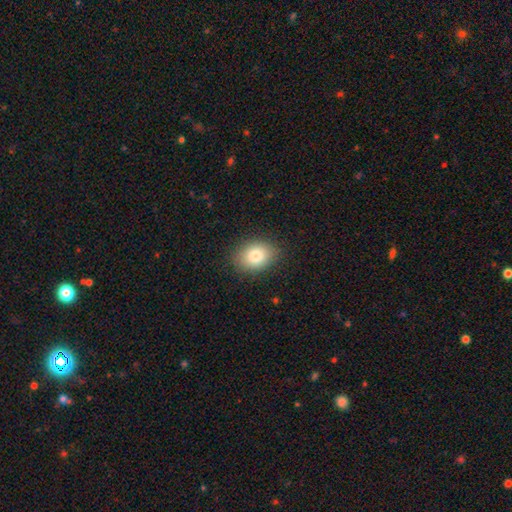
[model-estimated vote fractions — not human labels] smooth_or_featured: smooth (p=0.83) [alt: star or artifact p=0.09]
how_rounded: in between (p=0.70) [alt: round p=0.29]
merging: none (p=0.87) [alt: minor disturbance p=0.09]